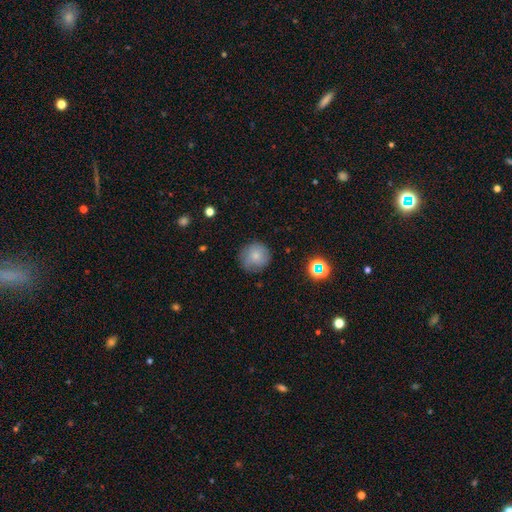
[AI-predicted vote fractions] Smooth or featured: smooth — 76% (featured or disk — 13%)
How rounded: round — 93% (in between — 6%)
Merging: none — 78% (minor disturbance — 16%)